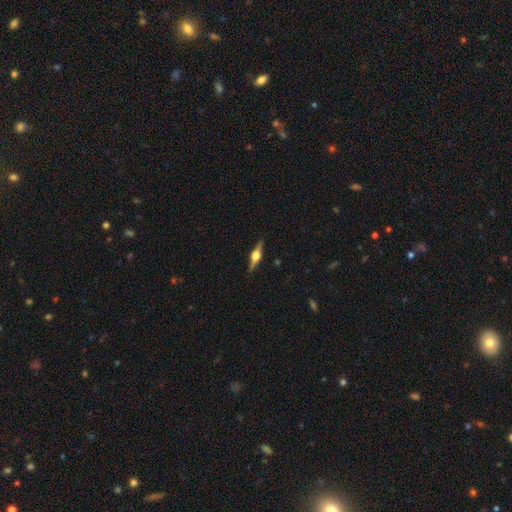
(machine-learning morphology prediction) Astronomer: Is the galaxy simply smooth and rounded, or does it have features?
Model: featured or disk — 76%.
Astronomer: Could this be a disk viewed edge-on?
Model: yes — 98%.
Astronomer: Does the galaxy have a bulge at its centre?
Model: rounded — 94%.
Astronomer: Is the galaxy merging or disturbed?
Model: none — 90%.